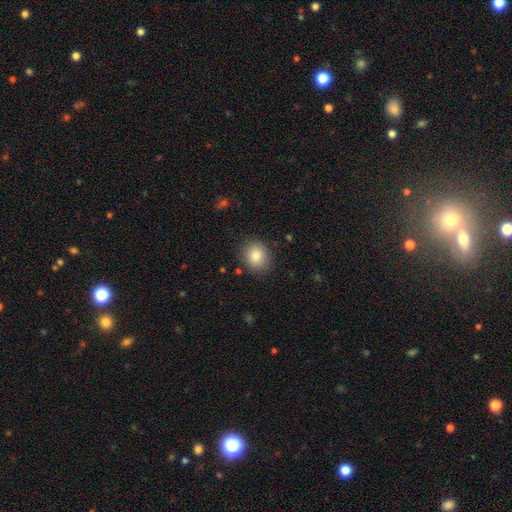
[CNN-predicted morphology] type=smooth (84%); roundness=round (77%); merging=none (88%).